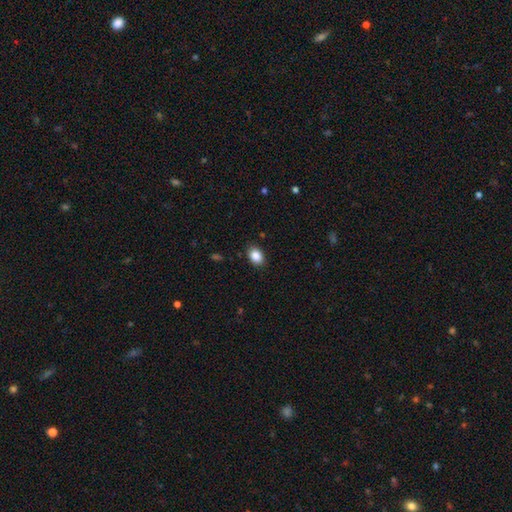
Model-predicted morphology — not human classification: smooth 88%, star or artifact 8%, featured or disk 4%. Down the decision tree: how rounded — in between (74%); merging — none (87%).